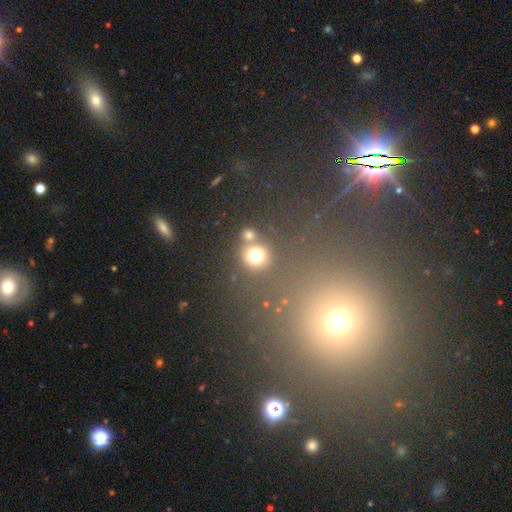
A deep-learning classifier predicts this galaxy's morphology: Smooth or featured: smooth — 73% (star or artifact — 18%)
How rounded: round — 85% (in between — 14%)
Merging: none — 62% (merger — 23%)